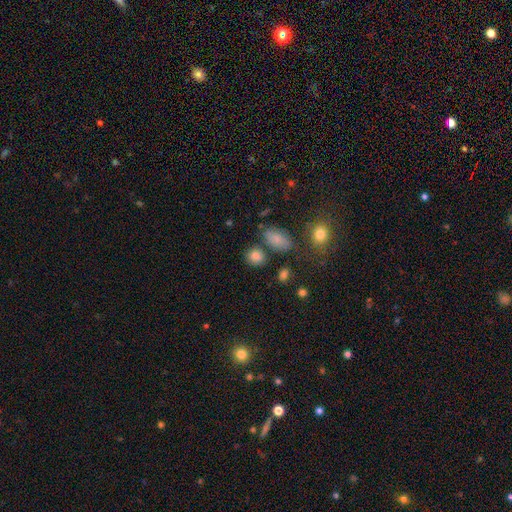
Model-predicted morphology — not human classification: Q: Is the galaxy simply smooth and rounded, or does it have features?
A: smooth — 83%.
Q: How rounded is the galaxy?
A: round — 71%.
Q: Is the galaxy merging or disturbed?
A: none — 77%.